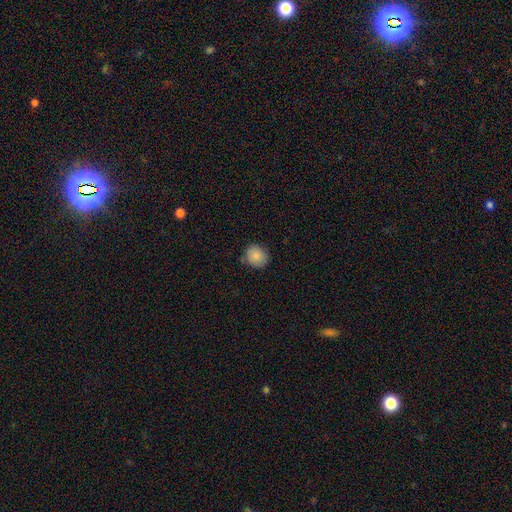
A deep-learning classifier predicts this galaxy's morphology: Q: Smooth or featured?
A: smooth (86%); runner-up: star or artifact (8%)
Q: How rounded?
A: round (79%); runner-up: in between (20%)
Q: Merging?
A: none (81%); runner-up: minor disturbance (14%)